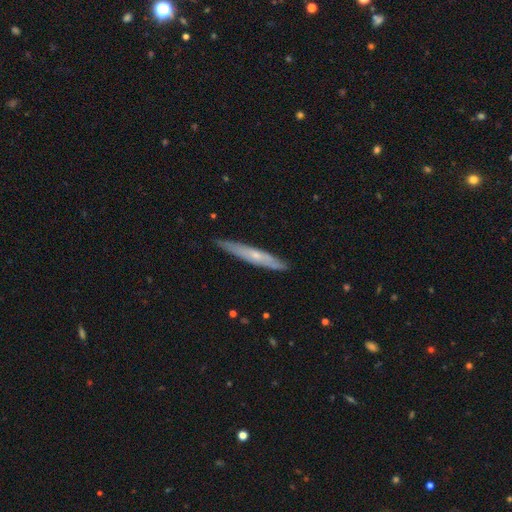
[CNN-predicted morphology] Smooth or featured? featured or disk (56%)
Edge-on disk? yes (84%)
Merging? none (85%)